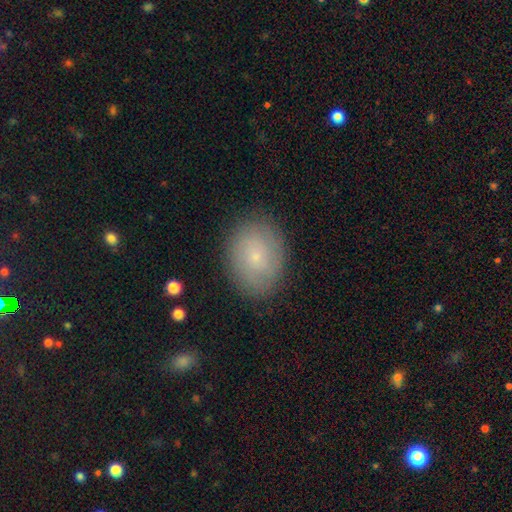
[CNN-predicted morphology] smooth-or-featured: smooth: 59% | featured or disk: 32% | star or artifact: 9%
  how-rounded: in between: 63% | round: 36% | cigar-shaped: 1%
  merging: none: 85% | minor disturbance: 11% | major disturbance: 3% | merger: 1%